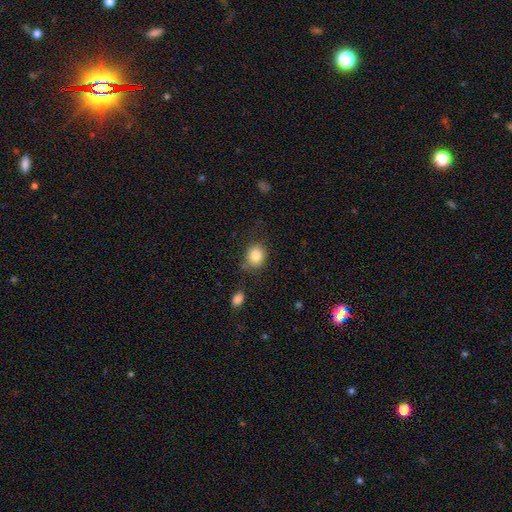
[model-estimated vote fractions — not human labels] The model was most divided on "how rounded": round: 65%, in between: 34%, cigar-shaped: 1%. More confident: smooth or featured — smooth (84%); merging — none (73%).